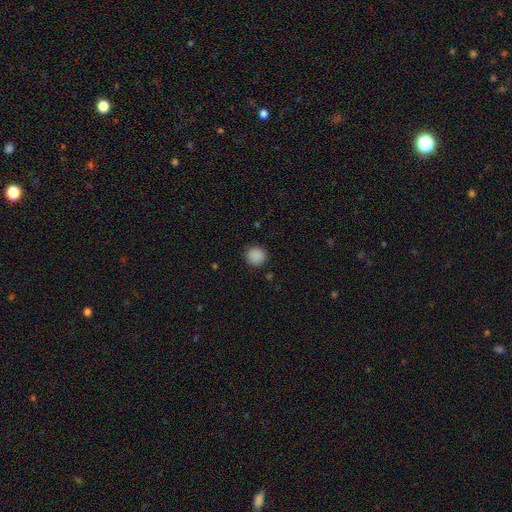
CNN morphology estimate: This is clearly a smooth galaxy (88%). How rounded: clearly round (91%). Merging: clearly none (90%).